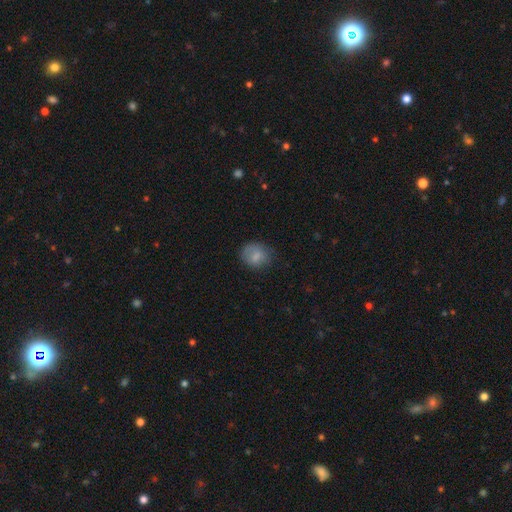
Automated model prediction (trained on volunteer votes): Q: Smooth or featured?
A: smooth (78%); runner-up: featured or disk (13%)
Q: How rounded?
A: round (63%); runner-up: in between (36%)
Q: Merging?
A: none (64%); runner-up: minor disturbance (25%)